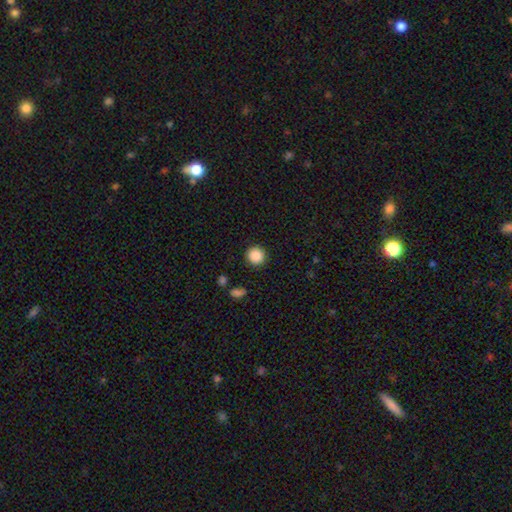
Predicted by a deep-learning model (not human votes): smooth 88%, star or artifact 9%, featured or disk 3%. Down the decision tree: how rounded — round (93%); merging — none (91%).